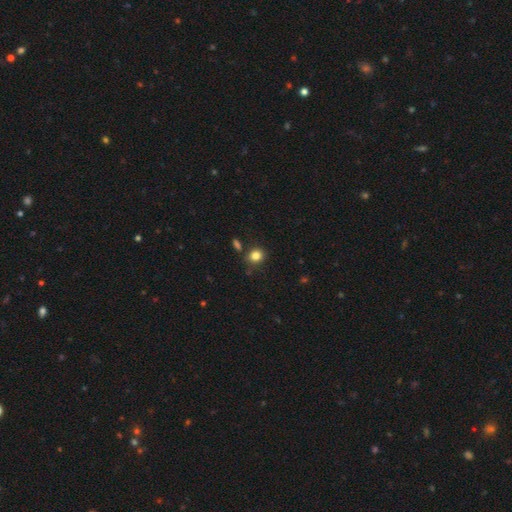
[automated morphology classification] smooth-or-featured: smooth: 83% | star or artifact: 11% | featured or disk: 6%
  how-rounded: round: 74% | in between: 25% | cigar-shaped: 1%
  merging: none: 81% | minor disturbance: 11% | merger: 5% | major disturbance: 3%